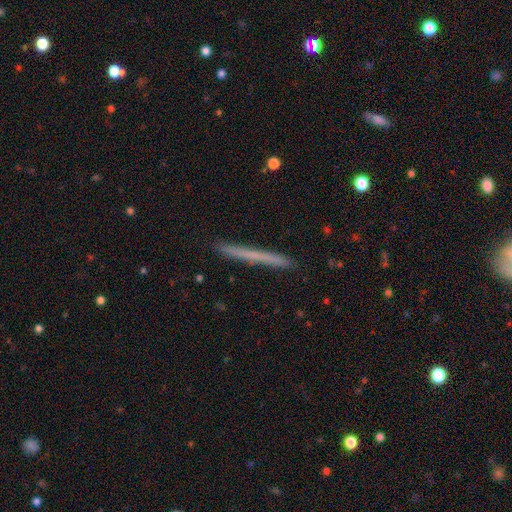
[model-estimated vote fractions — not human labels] A smooth galaxy with no disk features (54%) that is cigar-shaped (97%).

Vote fractions:
- Smooth or featured? smooth: 54% / featured or disk: 38% / star or artifact: 8%
- How rounded? cigar-shaped: 97% / in between: 2% / round: 1%
- Merging? none: 91% / minor disturbance: 7% / major disturbance: 1% / merger: 1%